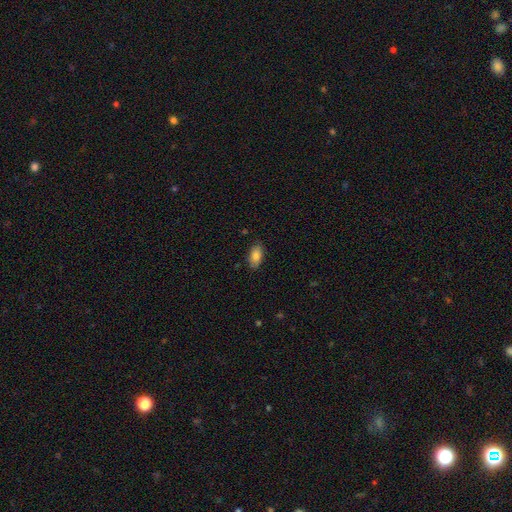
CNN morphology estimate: A smooth galaxy with no disk features (84%) that is in between round and cigar-shaped (92%). Merging: none (85%).